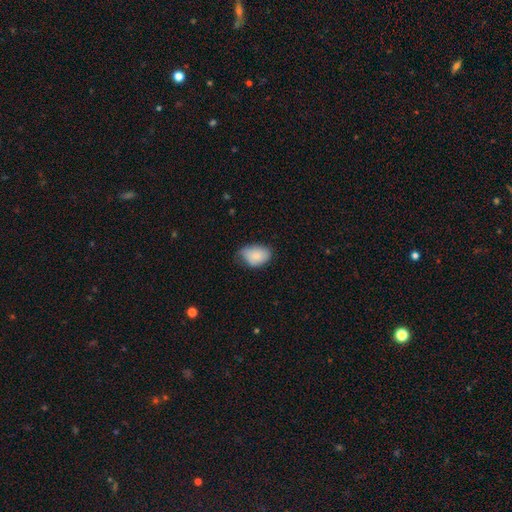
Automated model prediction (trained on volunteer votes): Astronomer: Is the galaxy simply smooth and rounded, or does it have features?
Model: smooth — 82%.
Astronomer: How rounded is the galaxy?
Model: in between — 82%.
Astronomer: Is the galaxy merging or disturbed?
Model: minor disturbance — 45% (runner-up: none, 42%).